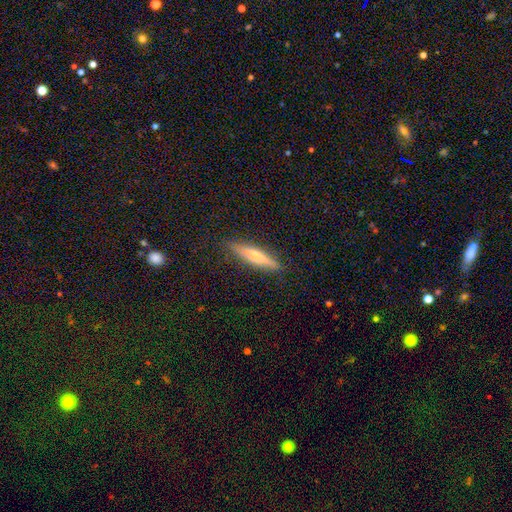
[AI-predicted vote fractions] The model was most divided on "smooth or featured": smooth: 48%, featured or disk: 45%, star or artifact: 7%. More confident: merging — none (88%).